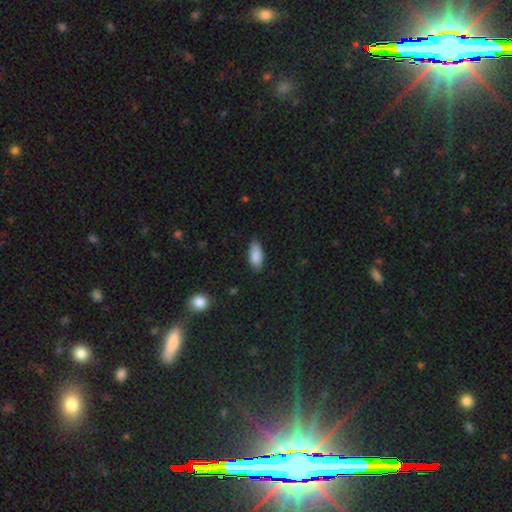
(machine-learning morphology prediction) Smooth or featured? smooth (87%)
How rounded? in between (85%)
Merging? none (79%)